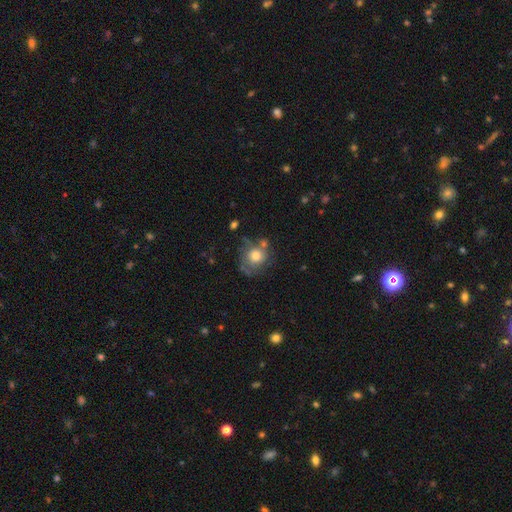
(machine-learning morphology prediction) A smooth galaxy with no disk features (56%) that is round (82%).

Vote fractions:
- Smooth or featured? smooth: 56% / featured or disk: 34% / star or artifact: 9%
- How rounded? round: 82% / in between: 17% / cigar-shaped: 1%
- Merging? none: 56% / minor disturbance: 22% / major disturbance: 12% / merger: 10%